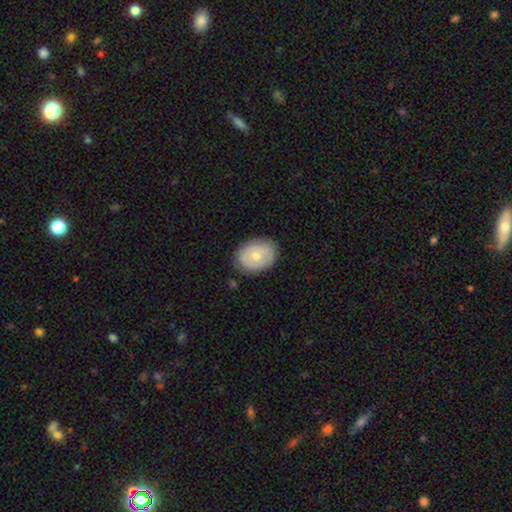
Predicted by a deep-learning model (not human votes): A smooth galaxy with no disk features (67%) that is in between round and cigar-shaped (60%). Merging: none (82%).